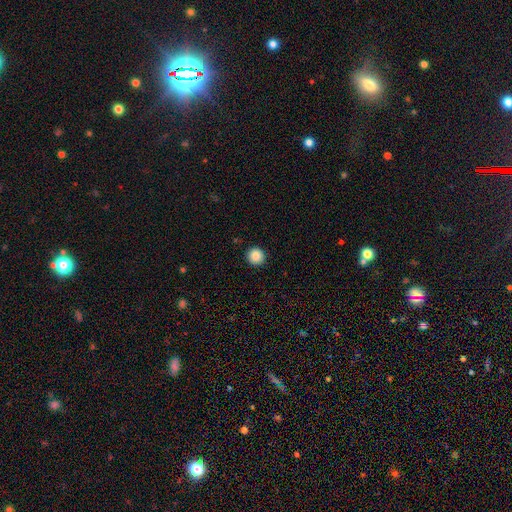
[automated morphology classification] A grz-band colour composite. It shows a smooth galaxy with no disk features (88%) that is round (96%). Merging: none (93%).